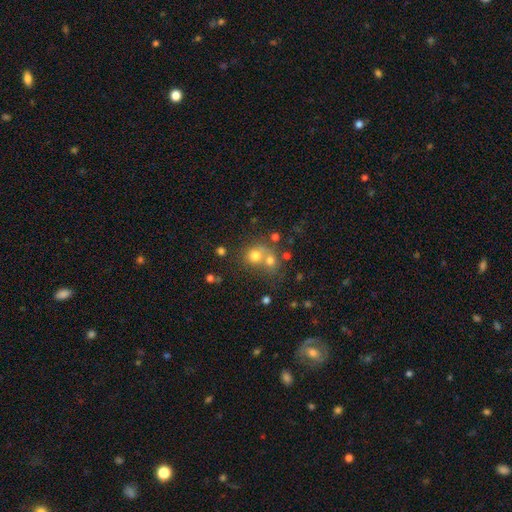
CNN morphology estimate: Smooth or featured? Predicted: smooth (p=0.71). How rounded? Predicted: round (p=0.80). Merging? Predicted: merger (p=0.51).